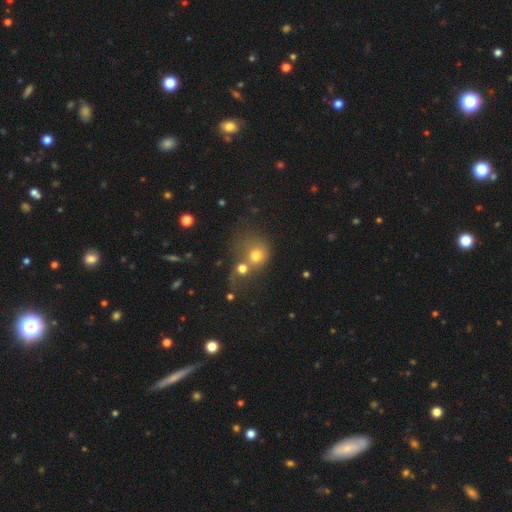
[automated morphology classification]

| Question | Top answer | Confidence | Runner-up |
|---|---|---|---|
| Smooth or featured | smooth | 68% | featured or disk (18%) |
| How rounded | round | 76% | in between (23%) |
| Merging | merger | 63% | none (21%) |